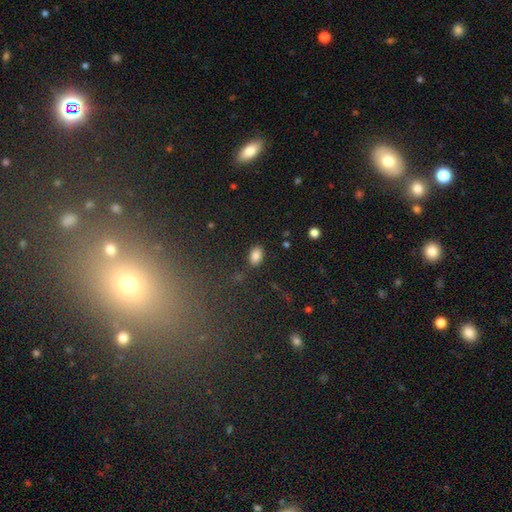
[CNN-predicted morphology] Overall: smooth (85%). How rounded: in between (87%). Merging: none (85%).